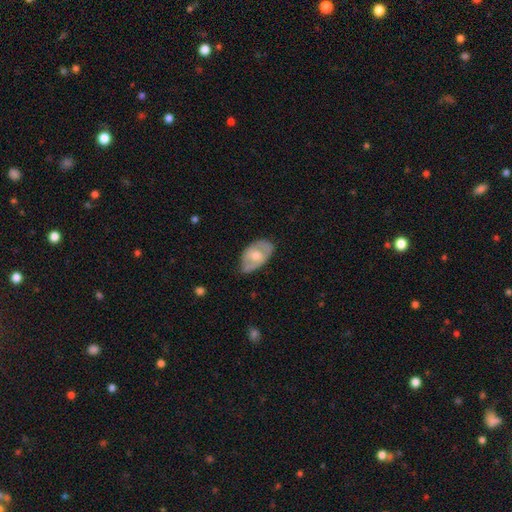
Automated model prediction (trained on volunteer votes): smooth-or-featured: smooth: 53% | featured or disk: 41% | star or artifact: 6%
  how-rounded: in between: 90% | round: 8% | cigar-shaped: 2%
  merging: none: 56% | minor disturbance: 35% | major disturbance: 8% | merger: 2%